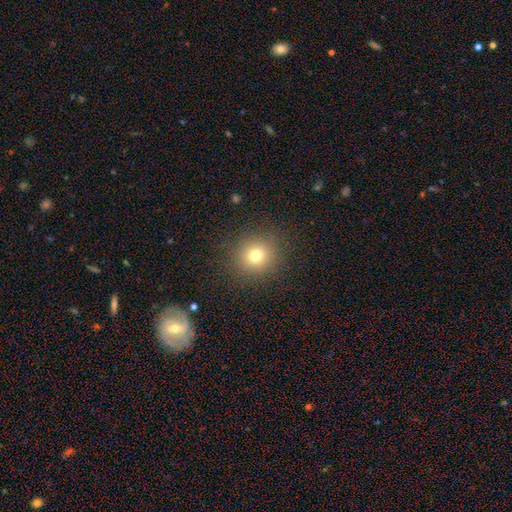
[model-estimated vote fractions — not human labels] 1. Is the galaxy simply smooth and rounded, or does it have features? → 74% smooth, 16% star or artifact, 9% featured or disk.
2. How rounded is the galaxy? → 91% round, 8% in between, 1% cigar-shaped.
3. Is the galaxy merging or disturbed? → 89% none, 7% minor disturbance, 3% major disturbance, 1% merger.